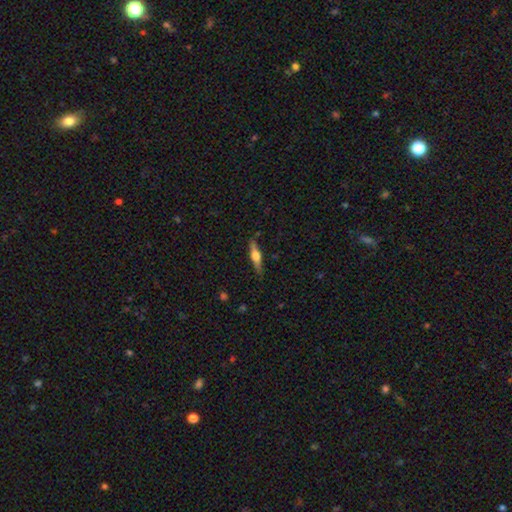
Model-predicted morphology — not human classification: Smooth or featured? featured or disk (59%)
Edge-on disk? yes (96%)
Edge-on bulge? rounded (89%)
Merging? none (85%)